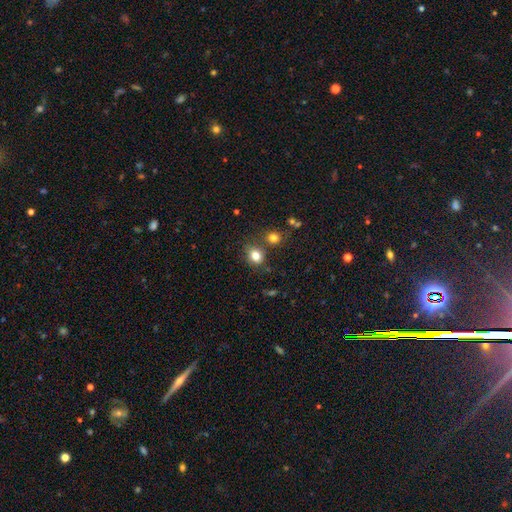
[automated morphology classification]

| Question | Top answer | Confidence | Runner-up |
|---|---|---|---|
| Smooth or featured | smooth | 81% | star or artifact (12%) |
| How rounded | round | 60% | in between (39%) |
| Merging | none | 71% | minor disturbance (13%) |